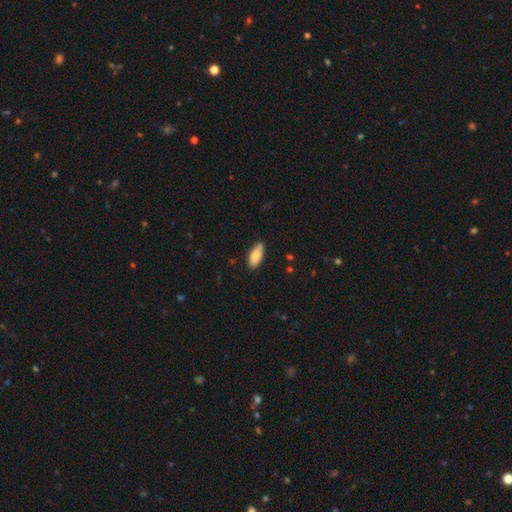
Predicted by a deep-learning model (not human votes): A smooth galaxy with no disk features (79%) that is in between round and cigar-shaped (85%). Merging: none (80%).